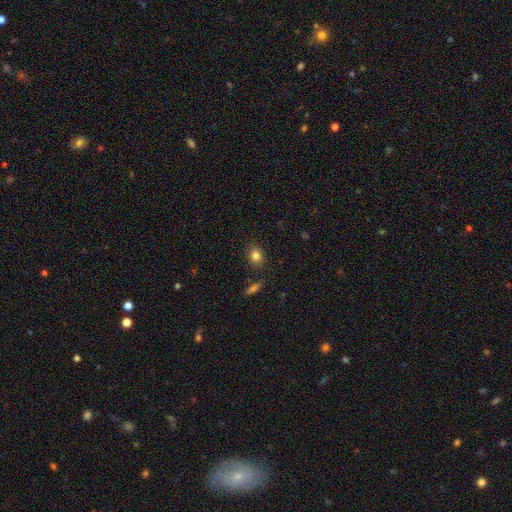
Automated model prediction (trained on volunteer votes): A smooth galaxy with no disk features (82%) that is round (60%). Merging: none (87%).